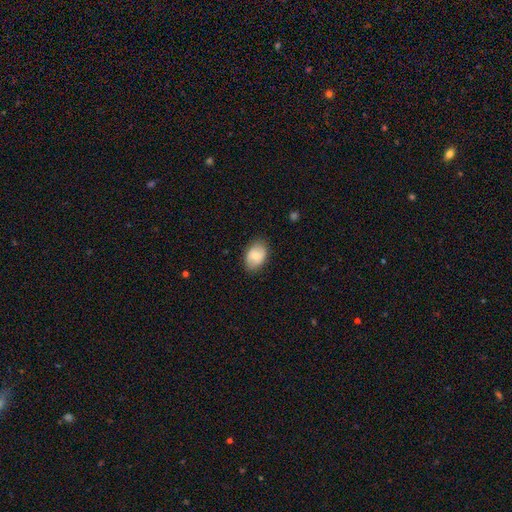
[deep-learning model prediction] Q: Smooth or featured?
A: smooth (78%); runner-up: featured or disk (15%)
Q: How rounded?
A: in between (82%); runner-up: round (17%)
Q: Merging?
A: none (83%); runner-up: minor disturbance (13%)